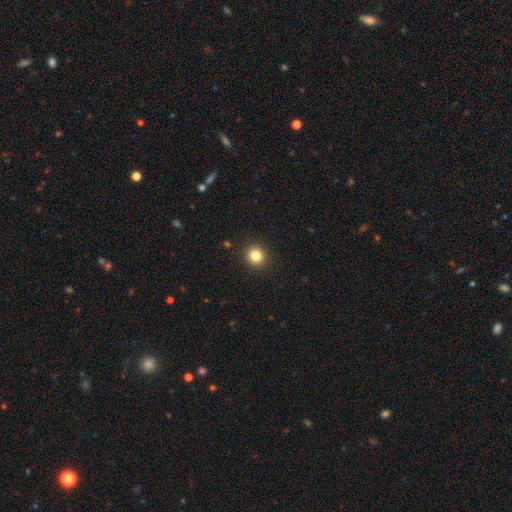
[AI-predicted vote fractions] Smooth or featured?
  - smooth: 83% *
  - star or artifact: 12%
  - featured or disk: 5%
How rounded?
  - round: 92% *
  - in between: 7%
  - cigar-shaped: 1%
Merging?
  - none: 92% *
  - minor disturbance: 5%
  - major disturbance: 2%
  - merger: 1%